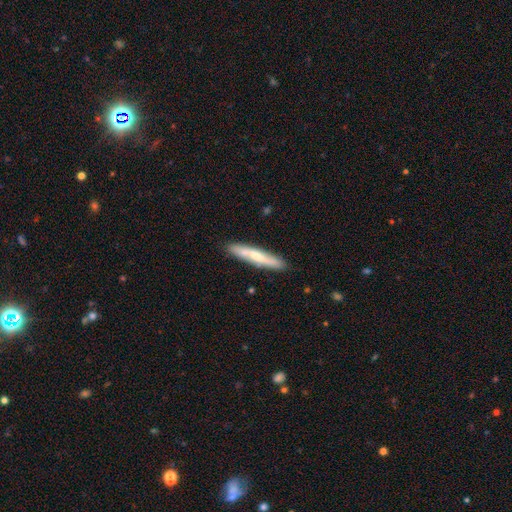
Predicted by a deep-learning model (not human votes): Smooth or featured?
  - smooth: 56% *
  - featured or disk: 38%
  - star or artifact: 5%
How rounded?
  - cigar-shaped: 93% *
  - in between: 6%
  - round: 1%
Merging?
  - none: 85% *
  - minor disturbance: 11%
  - merger: 2%
  - major disturbance: 2%